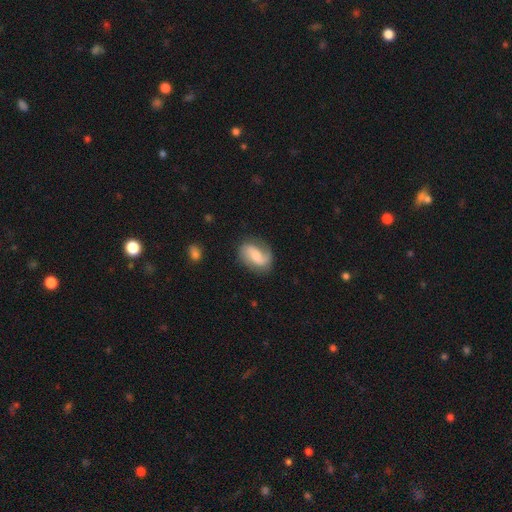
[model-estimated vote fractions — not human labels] This appears to be a featured or disk galaxy (70%) with a weak bar (44%), 2 (78%) loose (41%) spiral arms (93%) and a moderate central bulge (49%). Merging: none (74%).